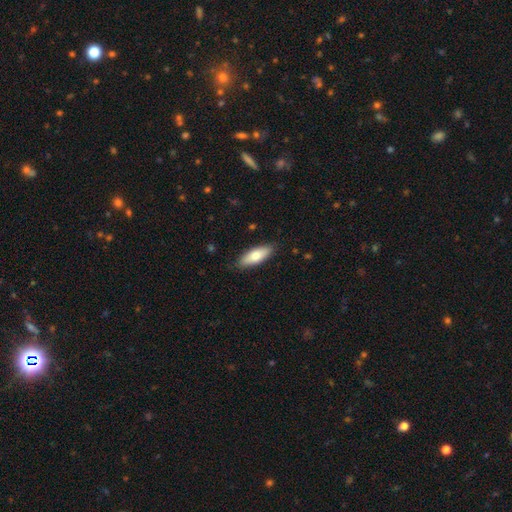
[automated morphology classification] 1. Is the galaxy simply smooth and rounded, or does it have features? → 75% smooth, 19% featured or disk, 6% star or artifact.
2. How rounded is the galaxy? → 67% in between, 31% cigar-shaped, 2% round.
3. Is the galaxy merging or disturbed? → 86% none, 11% minor disturbance, 2% major disturbance, 1% merger.